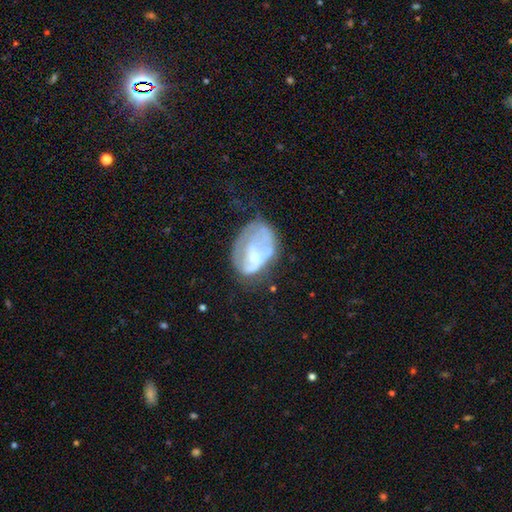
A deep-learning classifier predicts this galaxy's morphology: Smooth or featured?
  - featured or disk: 57% *
  - smooth: 34%
  - star or artifact: 9%
Edge-on disk?
  - no: 97% *
  - yes: 3%
Bar?
  - no: 69% *
  - weak: 25%
  - strong: 7%
Spiral arms?
  - no: 64% *
  - yes: 36%
Bulge size?
  - small: 39% *
  - moderate: 28%
  - none: 27%
  - large: 4%
  - dominant: 2%
Merging?
  - major disturbance: 34% *
  - none: 31%
  - minor disturbance: 27%
  - merger: 8%